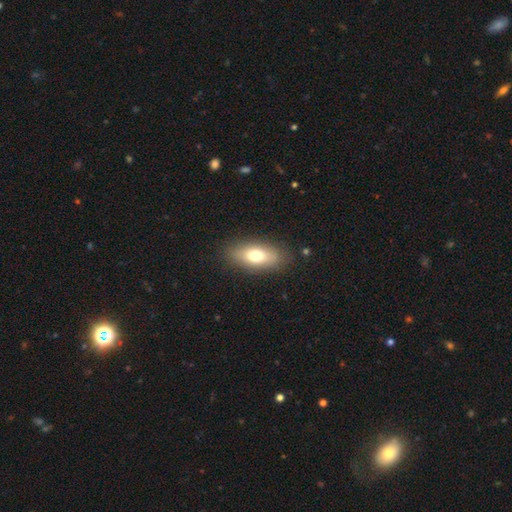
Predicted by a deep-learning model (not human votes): Q: Smooth or featured?
A: smooth (72%); runner-up: featured or disk (20%)
Q: How rounded?
A: in between (80%); runner-up: cigar-shaped (16%)
Q: Merging?
A: none (85%); runner-up: minor disturbance (11%)